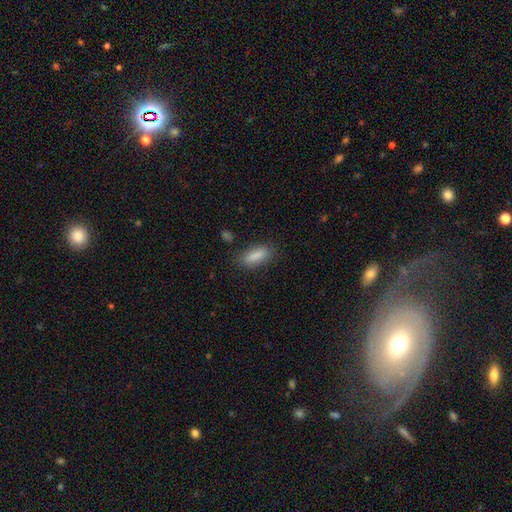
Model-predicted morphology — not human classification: This is clearly a smooth galaxy (85%). How rounded: likely in between (65%). Merging: clearly none (82%).